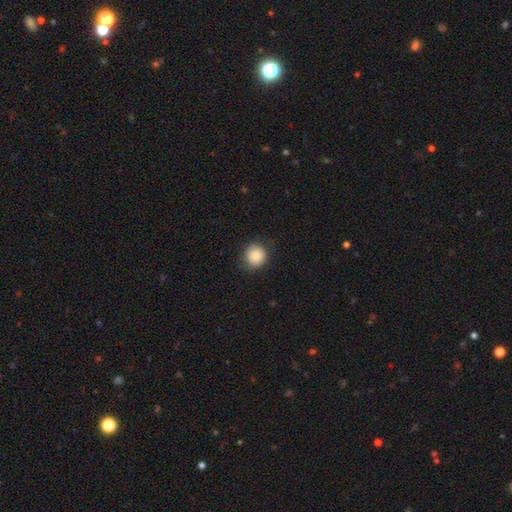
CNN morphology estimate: This is clearly a smooth galaxy (83%). How rounded: clearly round (88%). Merging: clearly none (81%).